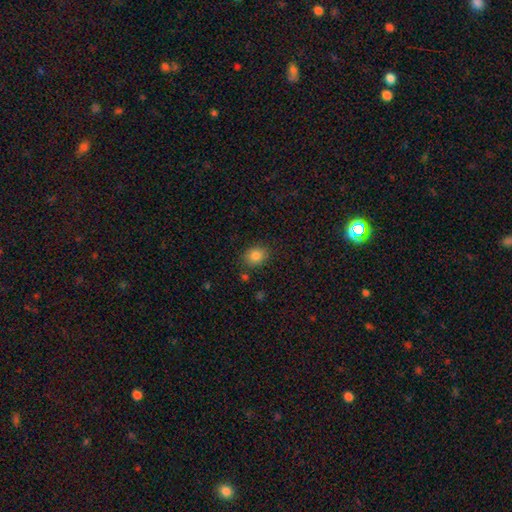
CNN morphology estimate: A smooth galaxy with no disk features (84%) that is round (58%). Merging: none (82%).